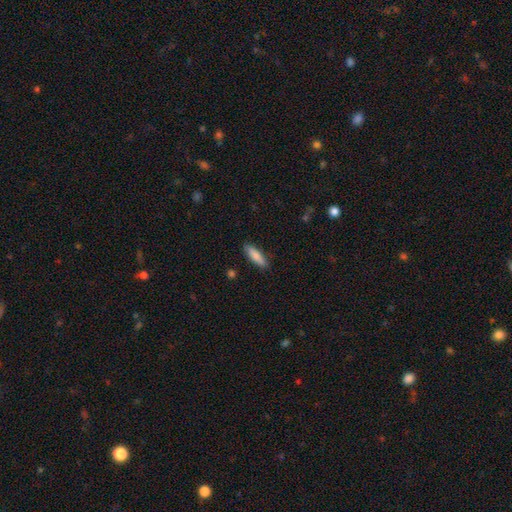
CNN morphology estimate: A smooth galaxy with no disk features (82%) that is cigar-shaped (58%). Merging: none (86%).